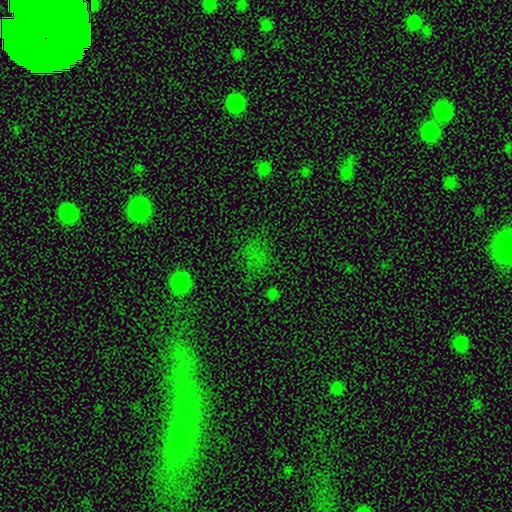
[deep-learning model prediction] smooth_or_featured: star or artifact (p=0.46) [tied with: smooth p=0.46]